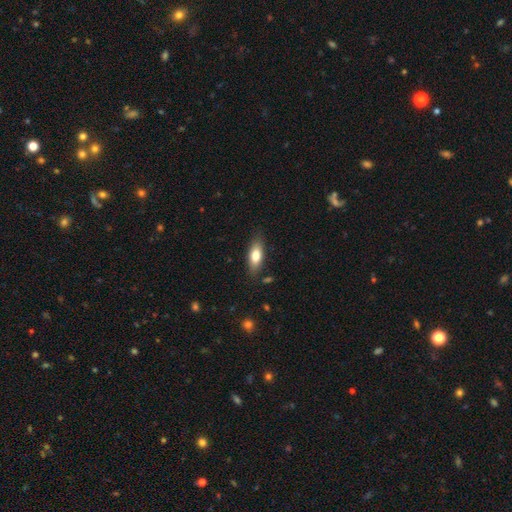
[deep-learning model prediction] Smooth or featured: smooth — 75% (featured or disk — 19%)
How rounded: in between — 73% (cigar-shaped — 24%)
Merging: none — 81% (minor disturbance — 14%)